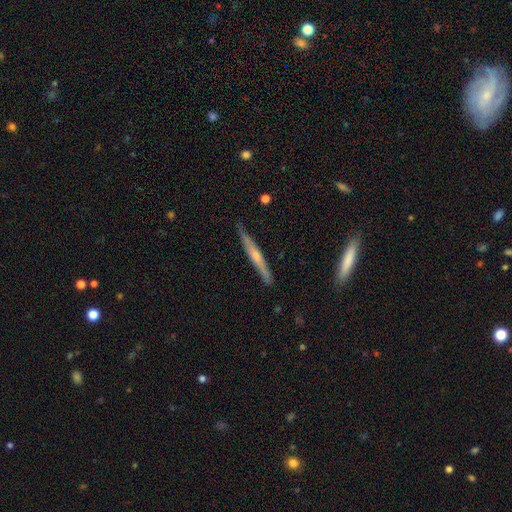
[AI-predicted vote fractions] A featured or disk galaxy (60%) viewed edge-on (95%) with a rounded central bulge (57%).

Vote fractions:
- Smooth or featured? featured or disk: 60% / smooth: 34% / star or artifact: 6%
- Edge-on disk? yes: 95% / no: 5%
- Edge-on bulge? rounded: 57% / none: 37% / boxy: 6%
- Merging? none: 84% / minor disturbance: 13% / major disturbance: 2% / merger: 1%